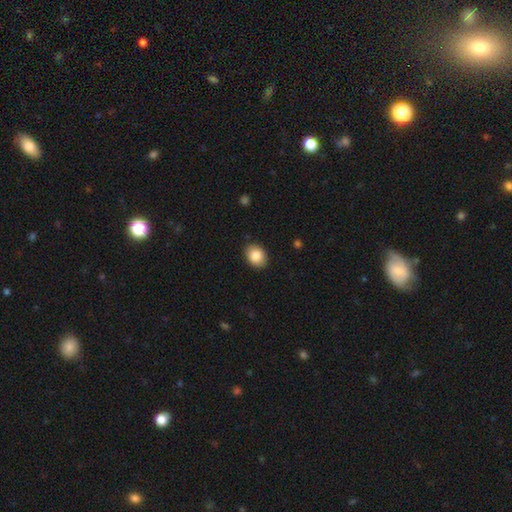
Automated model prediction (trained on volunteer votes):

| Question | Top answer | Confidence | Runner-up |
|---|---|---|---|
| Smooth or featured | smooth | 86% | star or artifact (8%) |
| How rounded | in between | 63% | round (36%) |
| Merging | none | 88% | minor disturbance (9%) |